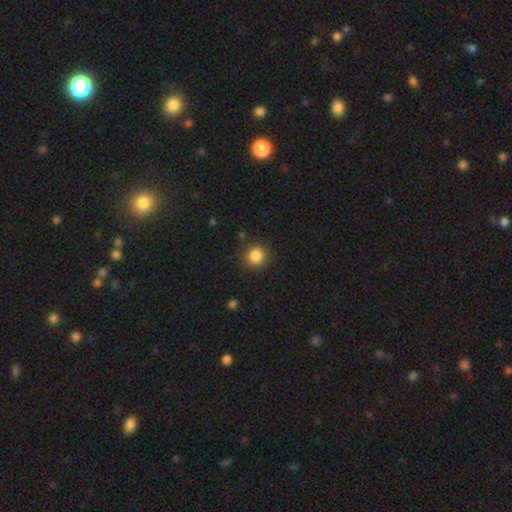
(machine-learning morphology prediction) smooth_or_featured: smooth (p=0.85) [alt: star or artifact p=0.11]
how_rounded: round (p=0.92) [alt: in between p=0.07]
merging: none (p=0.87) [alt: minor disturbance p=0.08]